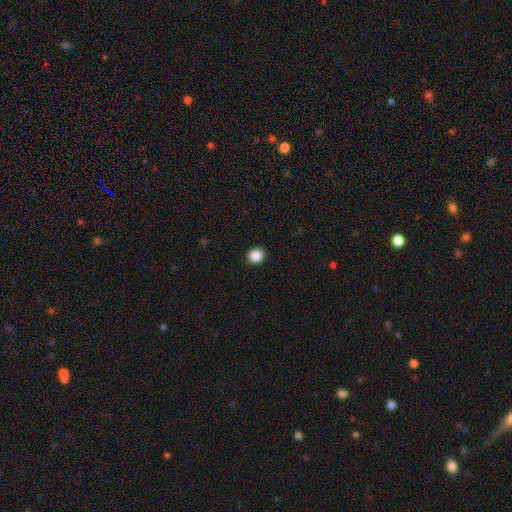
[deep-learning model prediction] This appears to be a smooth galaxy with no disk features (88%) that is round (87%). Merging: none (92%).